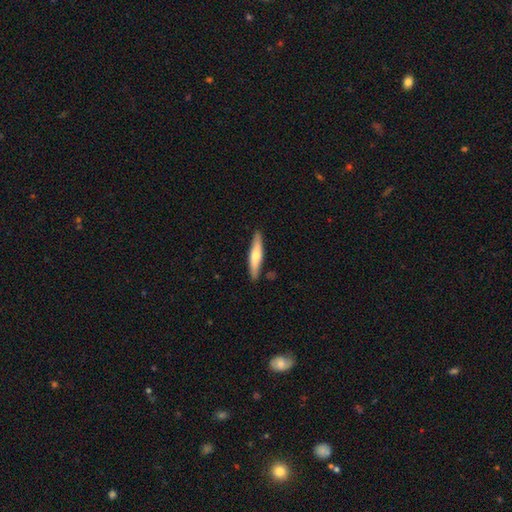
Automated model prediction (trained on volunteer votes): smooth_or_featured: smooth (p=0.56) [alt: featured or disk p=0.39]
how_rounded: cigar-shaped (p=0.85) [alt: in between p=0.13]
merging: none (p=0.88) [alt: minor disturbance p=0.09]